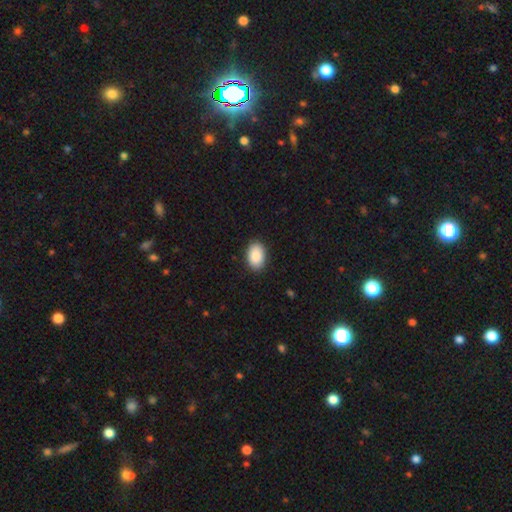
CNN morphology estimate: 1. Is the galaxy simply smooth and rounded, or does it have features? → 90% smooth, 7% star or artifact, 4% featured or disk.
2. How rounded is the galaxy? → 89% in between, 10% round, 1% cigar-shaped.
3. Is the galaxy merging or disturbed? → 89% none, 8% minor disturbance, 2% major disturbance, 1% merger.